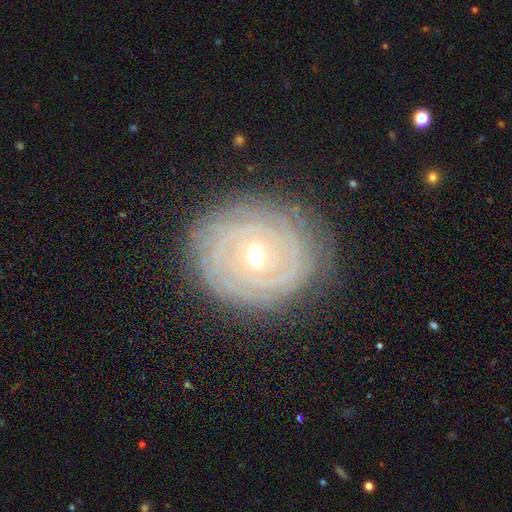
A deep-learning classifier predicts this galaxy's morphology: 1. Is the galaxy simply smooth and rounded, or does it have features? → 84% featured or disk, 9% smooth, 7% star or artifact.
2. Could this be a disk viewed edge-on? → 96% no, 4% yes.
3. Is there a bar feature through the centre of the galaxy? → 57% no, 29% weak, 14% strong.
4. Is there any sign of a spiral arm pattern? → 90% yes, 10% no.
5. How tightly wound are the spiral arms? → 87% tight, 10% medium, 3% loose.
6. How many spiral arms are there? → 38% can't tell, 16% 2, 15% 3, 13% 4, 11% more than 4, 7% 1.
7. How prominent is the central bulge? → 68% moderate, 27% small, 4% large, 1% dominant, 1% none.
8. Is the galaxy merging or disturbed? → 83% none, 11% minor disturbance, 4% major disturbance, 1% merger.